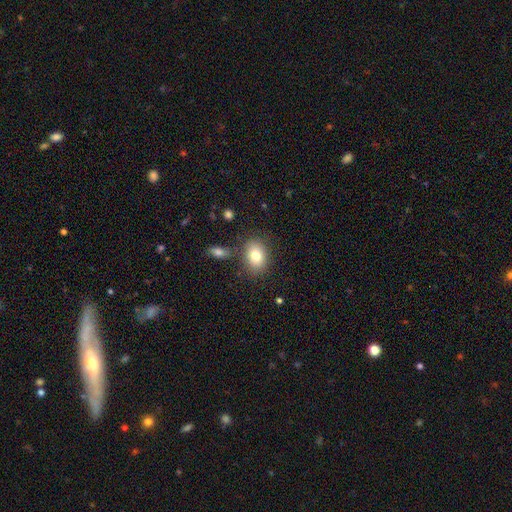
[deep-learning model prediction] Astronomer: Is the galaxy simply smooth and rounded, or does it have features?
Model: smooth — 81%.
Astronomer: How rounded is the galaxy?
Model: in between — 74%.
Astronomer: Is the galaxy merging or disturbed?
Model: none — 78%.